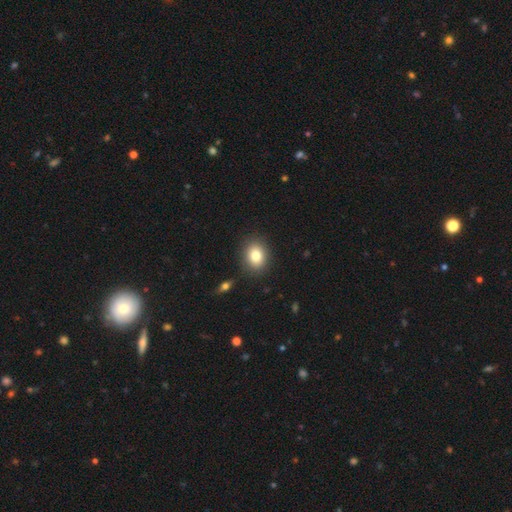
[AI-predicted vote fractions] Smooth or featured? Predicted: smooth (p=0.81). How rounded? Predicted: in between (p=0.51). Merging? Predicted: none (p=0.88).